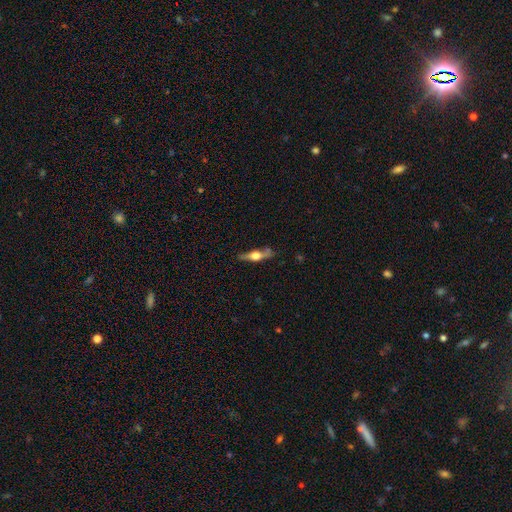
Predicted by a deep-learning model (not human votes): Smooth or featured?
  - featured or disk: 63% *
  - smooth: 31%
  - star or artifact: 6%
Edge-on disk?
  - yes: 93% *
  - no: 7%
Edge-on bulge?
  - rounded: 94% *
  - boxy: 5%
  - none: 2%
Merging?
  - none: 76% *
  - minor disturbance: 16%
  - major disturbance: 5%
  - merger: 3%